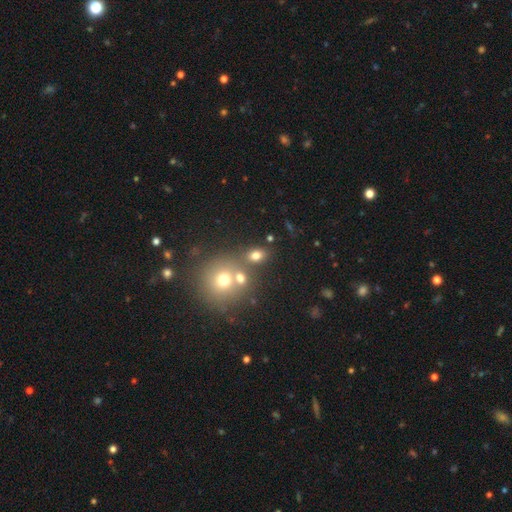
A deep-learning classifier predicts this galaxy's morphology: Smooth or featured?
  - smooth: 72% *
  - star or artifact: 16%
  - featured or disk: 12%
How rounded?
  - in between: 58% *
  - round: 40%
  - cigar-shaped: 2%
Merging?
  - none: 60% *
  - merger: 24%
  - minor disturbance: 10%
  - major disturbance: 5%